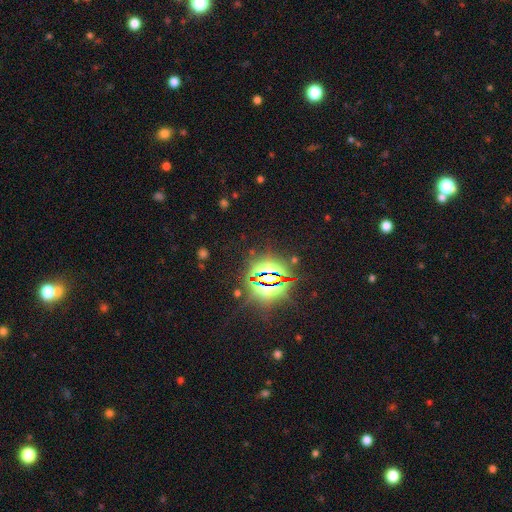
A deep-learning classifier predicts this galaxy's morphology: This is clearly a star or artifact rather than a galaxy (85%).